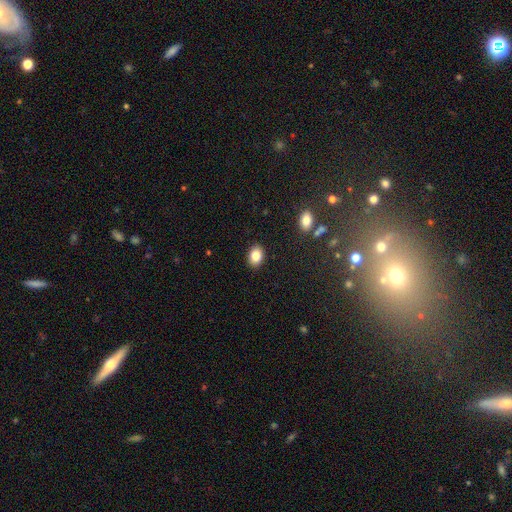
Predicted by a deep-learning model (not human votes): A smooth galaxy with no disk features (84%) that is in between round and cigar-shaped (76%). Merging: none (89%).